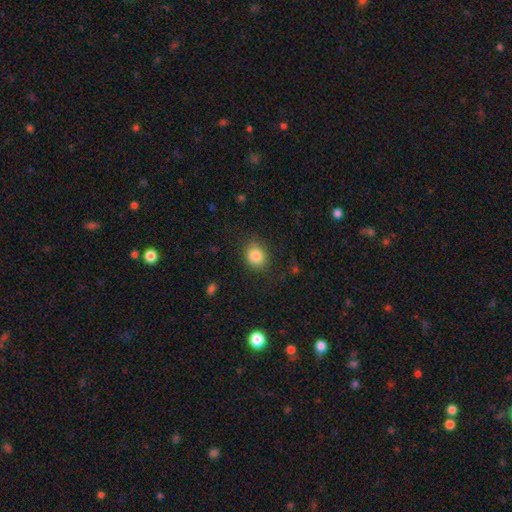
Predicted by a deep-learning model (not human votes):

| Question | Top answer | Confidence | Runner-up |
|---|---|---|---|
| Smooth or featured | smooth | 84% | star or artifact (9%) |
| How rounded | round | 63% | in between (36%) |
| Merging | none | 82% | minor disturbance (13%) |